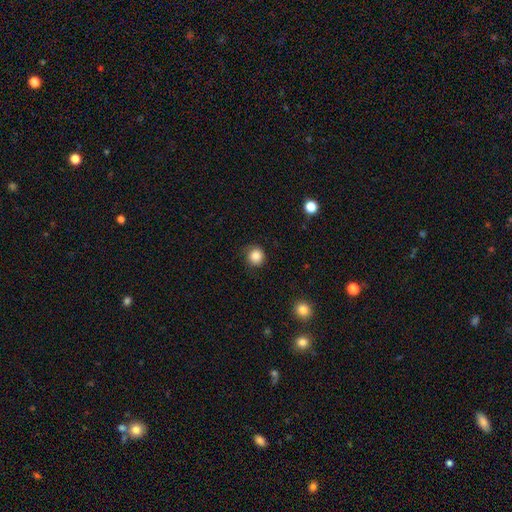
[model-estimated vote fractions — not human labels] smooth-or-featured: smooth: 84% | star or artifact: 11% | featured or disk: 5%
  how-rounded: round: 91% | in between: 8% | cigar-shaped: 1%
  merging: none: 87% | minor disturbance: 10% | major disturbance: 3% | merger: 1%